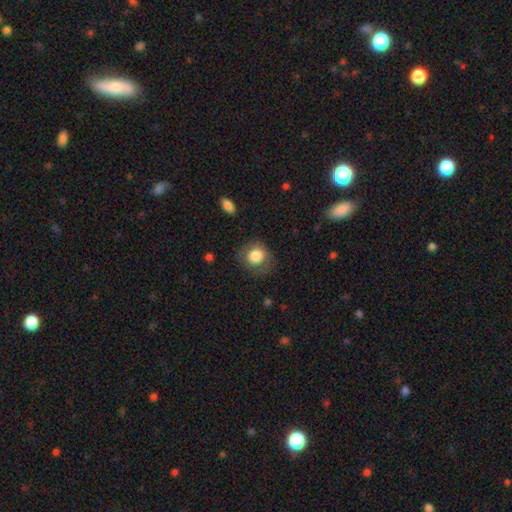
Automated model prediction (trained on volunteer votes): This appears to be a smooth galaxy with no disk features (82%) that is round (79%). Merging: none (75%).